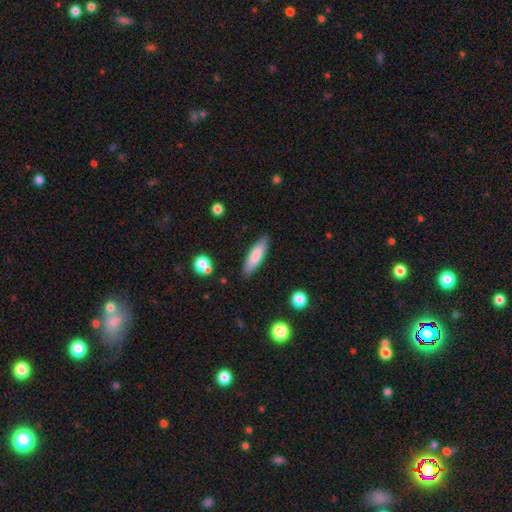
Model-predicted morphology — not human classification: smooth_or_featured: smooth (p=0.78) [alt: featured or disk p=0.16]
how_rounded: cigar-shaped (p=0.60) [alt: in between p=0.39]
merging: none (p=0.85) [alt: minor disturbance p=0.11]